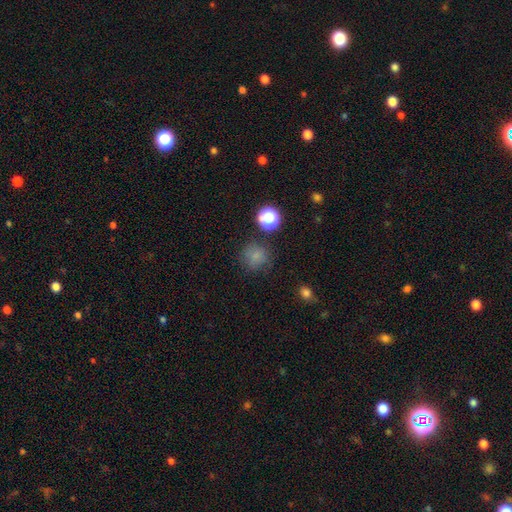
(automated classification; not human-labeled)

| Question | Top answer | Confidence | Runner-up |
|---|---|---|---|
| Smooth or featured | smooth | 76% | star or artifact (18%) |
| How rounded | round | 90% | in between (9%) |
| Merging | none | 77% | minor disturbance (13%) |